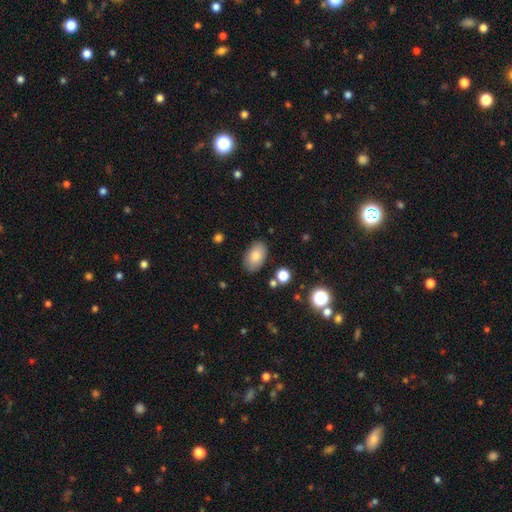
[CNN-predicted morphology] type=smooth (80%); roundness=in between (92%); merging=none (83%).